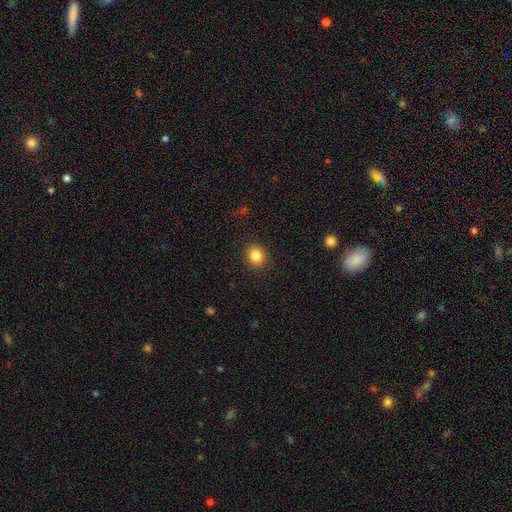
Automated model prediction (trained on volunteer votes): Smooth or featured?
  - smooth: 85% *
  - star or artifact: 10%
  - featured or disk: 5%
How rounded?
  - round: 76% *
  - in between: 23%
  - cigar-shaped: 1%
Merging?
  - none: 90% *
  - minor disturbance: 6%
  - major disturbance: 2%
  - merger: 1%